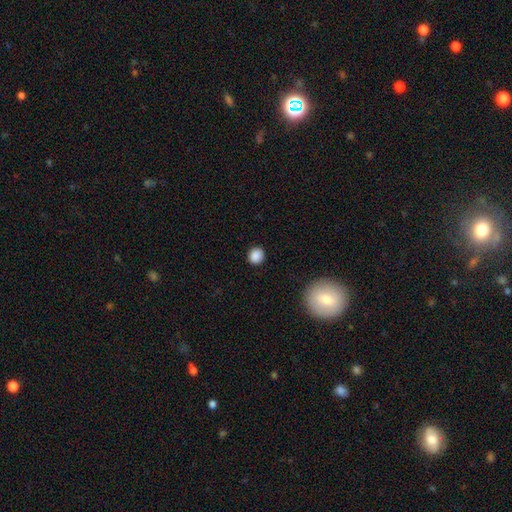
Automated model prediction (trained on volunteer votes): smooth 87%, star or artifact 9%, featured or disk 3%. Down the decision tree: how rounded — round (83%); merging — none (90%).